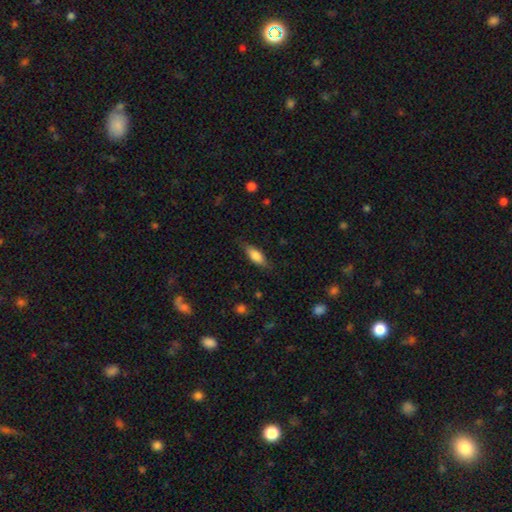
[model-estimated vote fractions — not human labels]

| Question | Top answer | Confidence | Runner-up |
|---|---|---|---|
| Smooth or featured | smooth | 77% | featured or disk (17%) |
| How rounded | in between | 72% | cigar-shaped (26%) |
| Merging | none | 76% | minor disturbance (18%) |